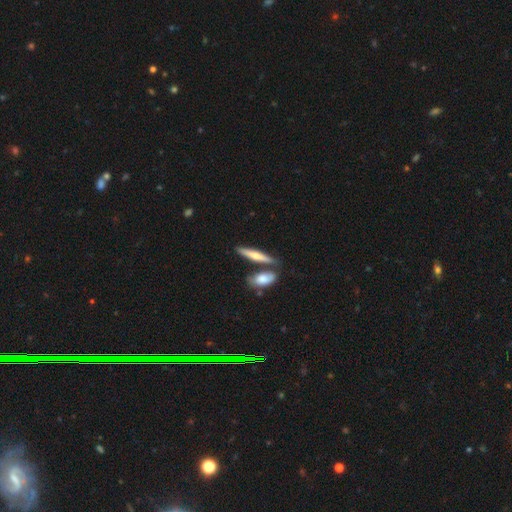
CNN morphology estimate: The model was most divided on "smooth or featured": smooth: 56%, featured or disk: 38%, star or artifact: 6%. More confident: how rounded — cigar-shaped (79%); merging — none (65%).